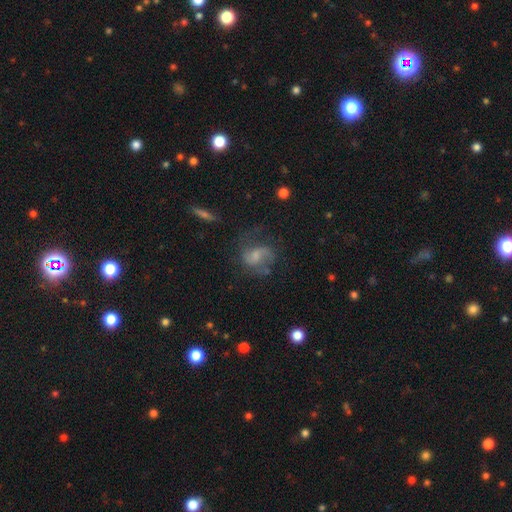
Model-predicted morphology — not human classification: Smooth or featured: featured or disk — 62% (smooth — 26%)
Edge-on disk: no — 97% (yes — 3%)
Bar: no — 44% (tied with weak — 44%)
Spiral arms: yes — 86% (no — 14%)
Spiral winding: medium — 46% (loose — 38%)
Spiral arm count: 2 — 74% (can't tell — 12%)
Bulge size: small — 35% (moderate — 30%)
Merging: none — 54% (major disturbance — 23%)